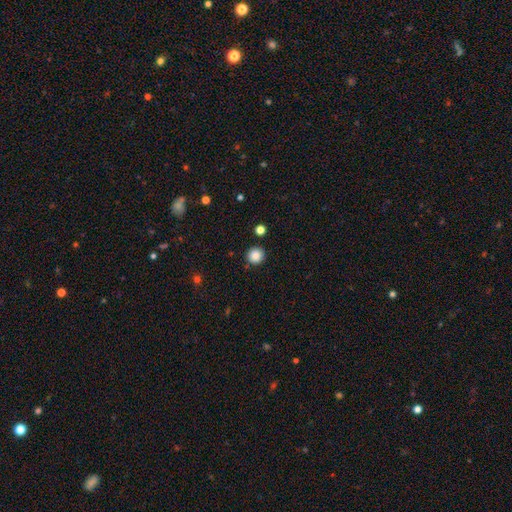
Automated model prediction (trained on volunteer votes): A smooth galaxy with no disk features (86%) that is round (95%).

Vote fractions:
- Smooth or featured? smooth: 86% / star or artifact: 10% / featured or disk: 3%
- How rounded? round: 95% / in between: 4% / cigar-shaped: 1%
- Merging? none: 89% / minor disturbance: 6% / merger: 2% / major disturbance: 2%